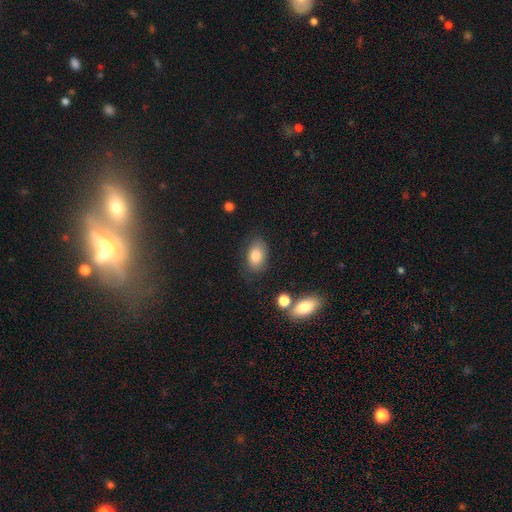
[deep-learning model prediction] Smooth or featured? smooth (83%)
How rounded? in between (90%)
Merging? none (74%)